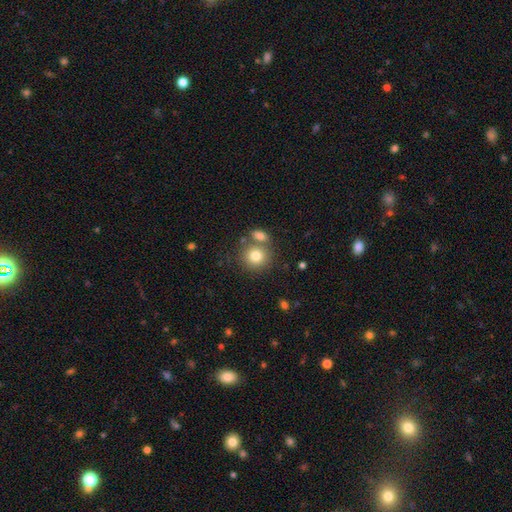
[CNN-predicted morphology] A smooth galaxy with no disk features (80%) that is round (85%).

Vote fractions:
- Smooth or featured? smooth: 80% / featured or disk: 10% / star or artifact: 10%
- How rounded? round: 85% / in between: 14% / cigar-shaped: 1%
- Merging? none: 60% / merger: 28% / minor disturbance: 9% / major disturbance: 3%